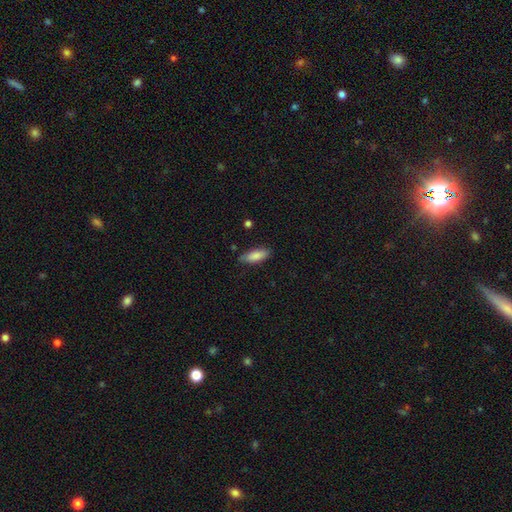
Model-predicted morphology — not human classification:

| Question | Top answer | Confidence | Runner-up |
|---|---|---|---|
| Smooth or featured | smooth | 84% | featured or disk (10%) |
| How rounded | in between | 68% | cigar-shaped (31%) |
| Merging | none | 81% | minor disturbance (15%) |